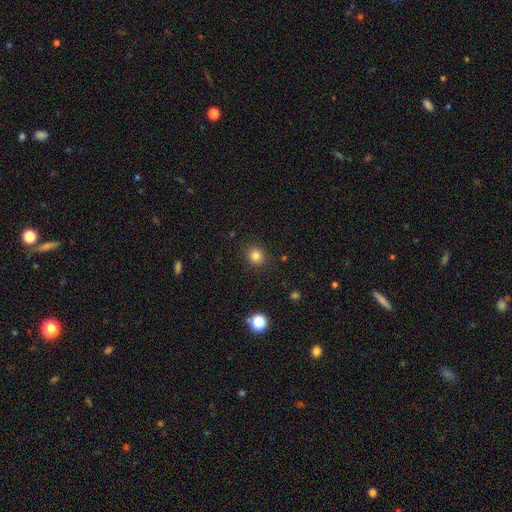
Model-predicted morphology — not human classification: Smooth or featured? smooth (82%)
How rounded? round (84%)
Merging? none (90%)